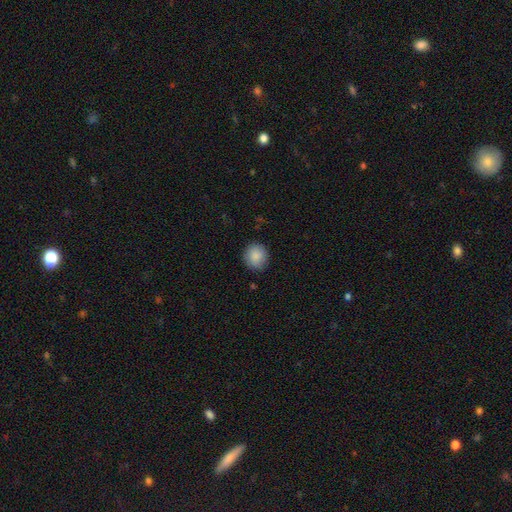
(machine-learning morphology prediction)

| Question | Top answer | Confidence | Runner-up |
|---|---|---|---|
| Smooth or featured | smooth | 89% | star or artifact (8%) |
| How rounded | round | 82% | in between (17%) |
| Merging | none | 88% | minor disturbance (9%) |